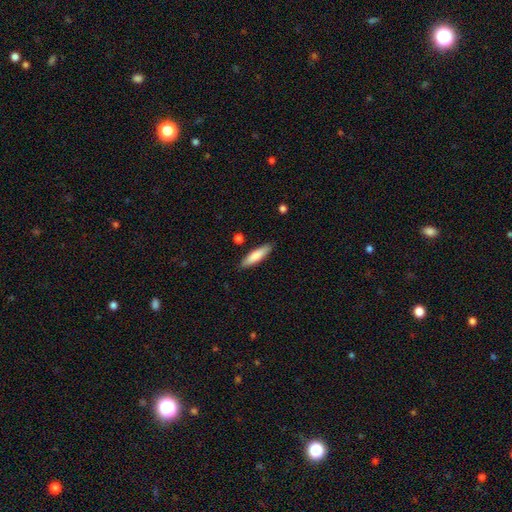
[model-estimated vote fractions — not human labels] Overall: smooth (80%). How rounded: cigar-shaped (71%). Merging: none (86%).